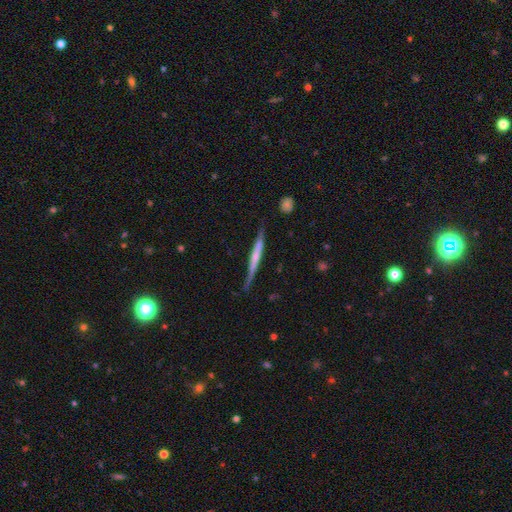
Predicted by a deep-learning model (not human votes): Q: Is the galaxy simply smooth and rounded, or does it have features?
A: featured or disk — 61%.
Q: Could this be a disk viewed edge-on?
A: yes — 96%.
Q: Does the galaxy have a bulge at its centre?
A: none — 57%.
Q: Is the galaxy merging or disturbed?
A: none — 79%.